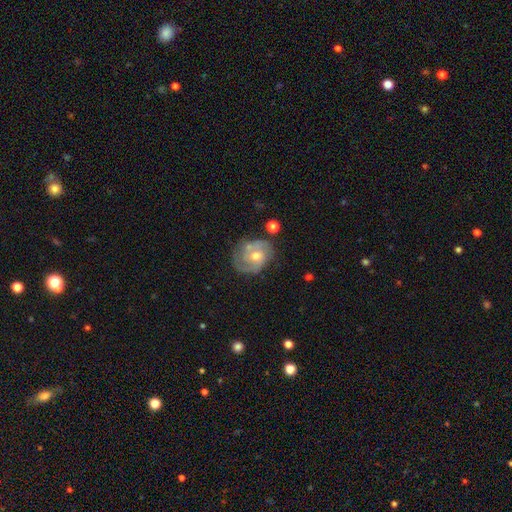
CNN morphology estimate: Smooth or featured?
  - featured or disk: 72% *
  - smooth: 21%
  - star or artifact: 7%
Edge-on disk?
  - no: 97% *
  - yes: 3%
Bar?
  - no: 65% *
  - weak: 30%
  - strong: 5%
Spiral arms?
  - yes: 85% *
  - no: 15%
Spiral winding?
  - medium: 43% *
  - tight: 42%
  - loose: 15%
Spiral arm count?
  - 2: 60% *
  - can't tell: 19%
  - 3: 10%
  - 1: 7%
  - 4: 2%
  - more than 4: 2%
Bulge size?
  - moderate: 70% *
  - small: 24%
  - large: 4%
  - none: 2%
  - dominant: 1%
Merging?
  - none: 56% *
  - minor disturbance: 24%
  - major disturbance: 11%
  - merger: 9%